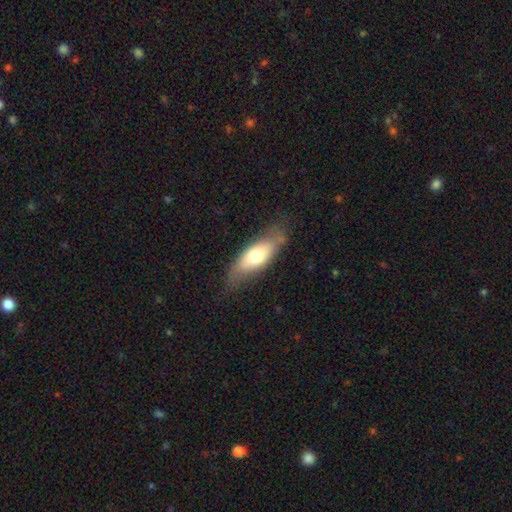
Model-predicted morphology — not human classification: smooth 61%, featured or disk 33%, star or artifact 6%. Down the decision tree: how rounded — in between (70%); merging — none (66%).